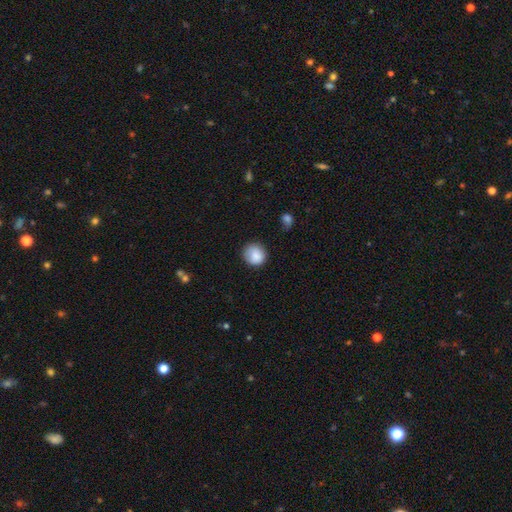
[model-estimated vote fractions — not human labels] Smooth or featured: smooth — 87% (star or artifact — 8%)
How rounded: round — 85% (in between — 14%)
Merging: none — 76% (minor disturbance — 18%)